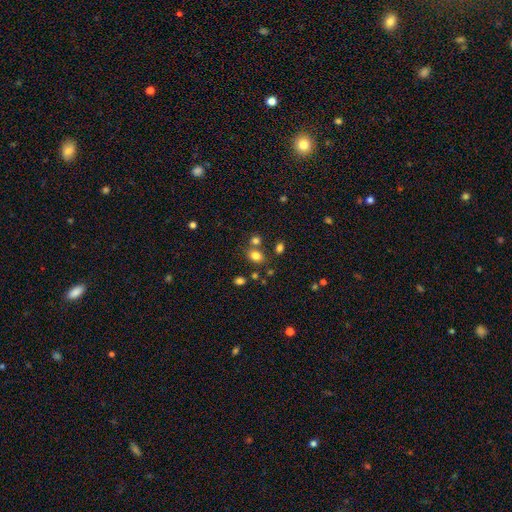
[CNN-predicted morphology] This is likely a smooth galaxy (78%). How rounded: likely in between (63%). Merging: likely none (65%).